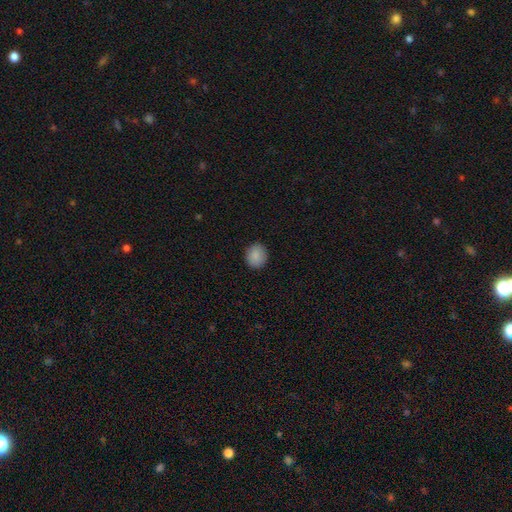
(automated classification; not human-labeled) Smooth or featured? Predicted: smooth (p=0.88). How rounded? Predicted: round (p=0.73). Merging? Predicted: none (p=0.90).